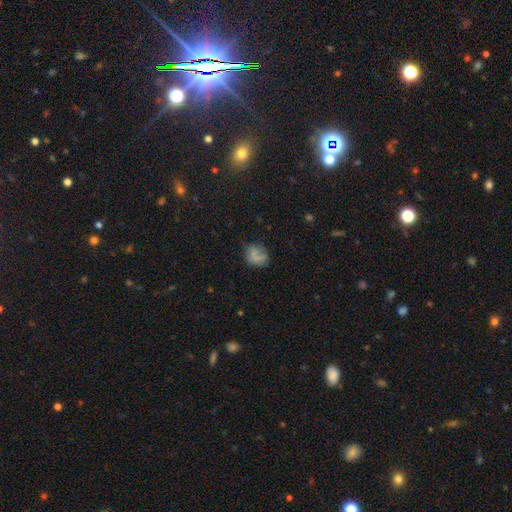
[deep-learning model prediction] Morphology: type=smooth (69%); roundness=round (67%); merging=none (59%).